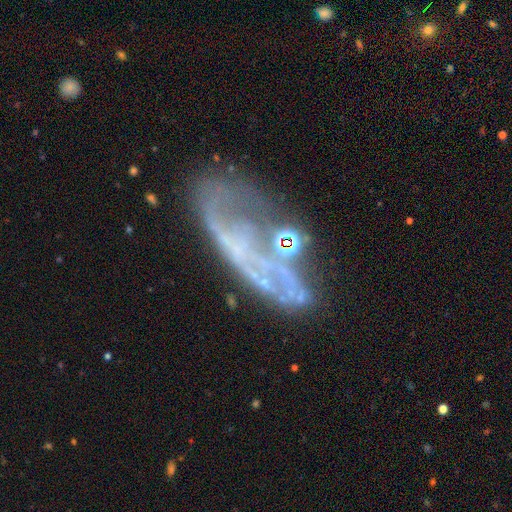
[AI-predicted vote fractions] This appears to be a featured or disk galaxy (67%) with no bar (70%), no spiral arms (58%) and no central bulge (62%). Merging: none (38%).